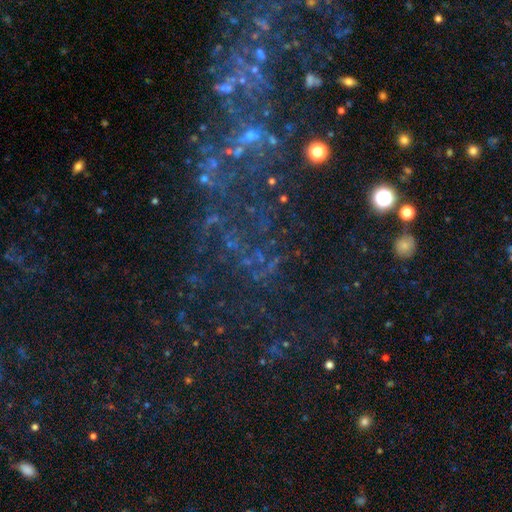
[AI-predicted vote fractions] Smooth or featured?
  - star or artifact: 49% *
  - featured or disk: 37%
  - smooth: 15%